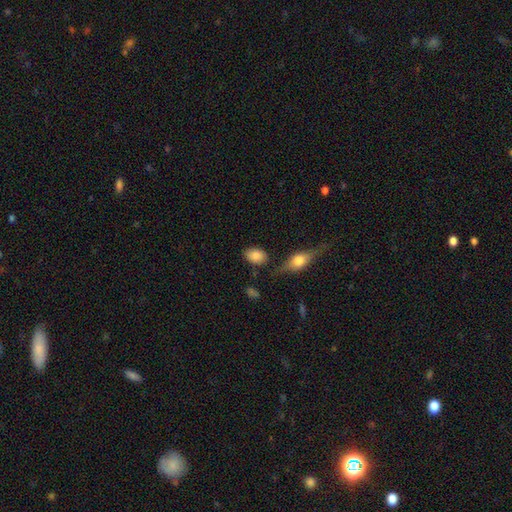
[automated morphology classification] Q: Smooth or featured?
A: smooth (84%); runner-up: featured or disk (8%)
Q: How rounded?
A: in between (81%); runner-up: round (17%)
Q: Merging?
A: none (75%); runner-up: minor disturbance (15%)